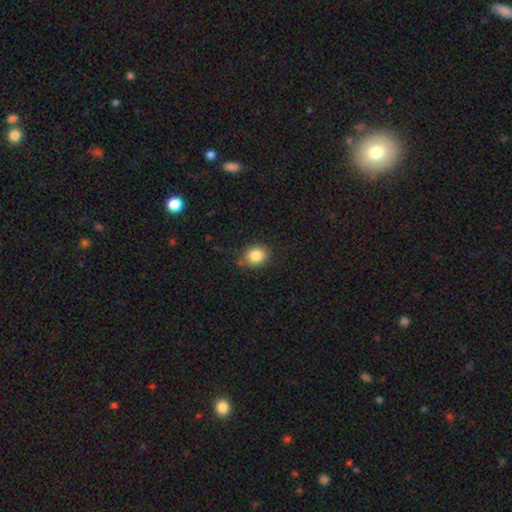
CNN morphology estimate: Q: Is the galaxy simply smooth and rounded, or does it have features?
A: smooth — 85%.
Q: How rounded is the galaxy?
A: round — 64%.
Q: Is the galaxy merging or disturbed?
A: none — 80%.